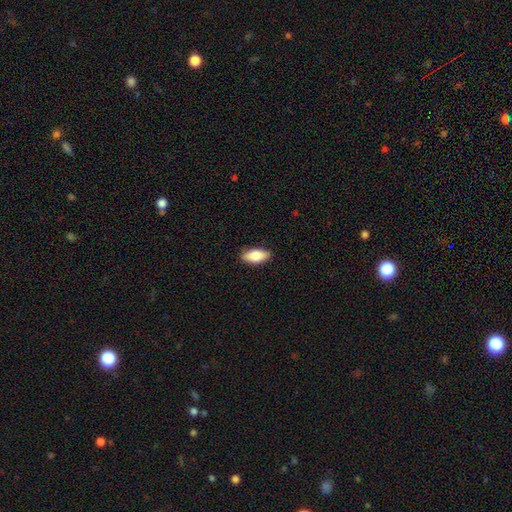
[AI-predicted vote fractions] The model was most divided on "smooth or featured": smooth: 79%, featured or disk: 15%, star or artifact: 6%. More confident: merging — none (88%); how rounded — in between (86%).